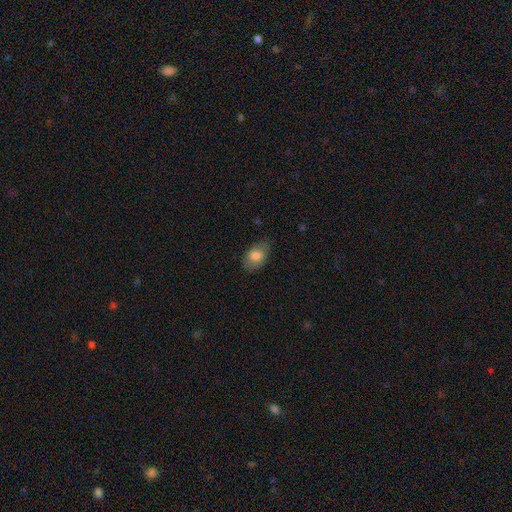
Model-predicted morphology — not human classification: This is likely a smooth galaxy (78%). How rounded: clearly in between (89%). Merging: likely none (77%).